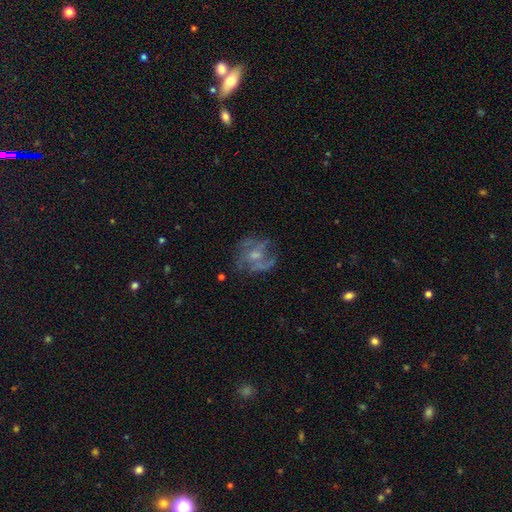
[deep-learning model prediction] Morphology: type=featured or disk (71%); edge-on=no (97%); bar=no (65%); spiral arms=yes (72%); bulge=moderate (44%); merging=none (59%).